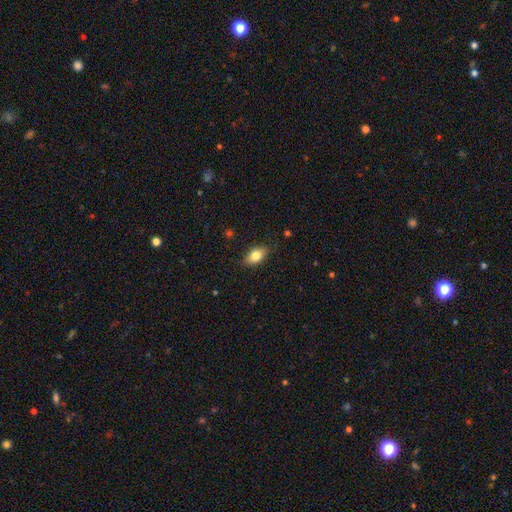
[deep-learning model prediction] A smooth galaxy with no disk features (82%) that is in between round and cigar-shaped (86%).

Vote fractions:
- Smooth or featured? smooth: 82% / featured or disk: 10% / star or artifact: 8%
- How rounded? in between: 86% / round: 10% / cigar-shaped: 3%
- Merging? none: 83% / minor disturbance: 14% / major disturbance: 3% / merger: 1%